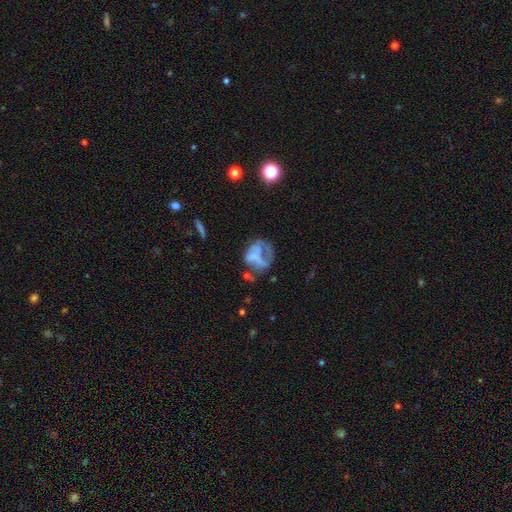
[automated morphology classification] The model was most divided on "merging": major disturbance: 41%, none: 31%, minor disturbance: 21%, merger: 7%. More confident: edge-on disk — no (98%); bar — no (82%); bulge size — none (76%); spiral arms — no (71%); smooth or featured — featured or disk (52%).